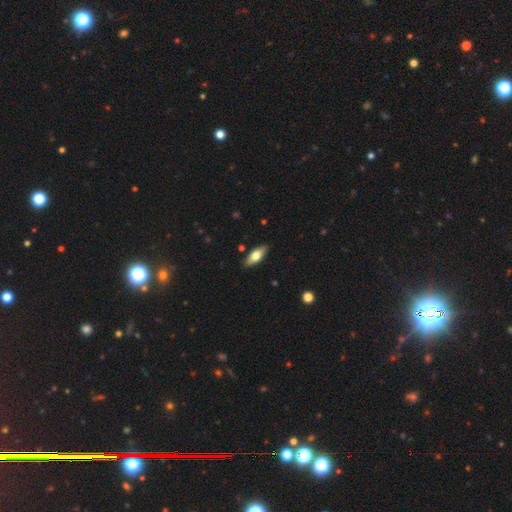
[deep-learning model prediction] Overall: smooth (68%). How rounded: in between (78%). Merging: none (88%).